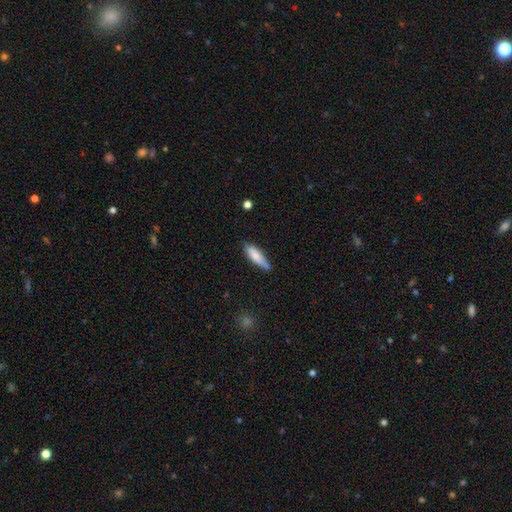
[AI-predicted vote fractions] This appears to be a smooth galaxy with no disk features (76%) that is cigar-shaped (59%). Merging: none (66%).